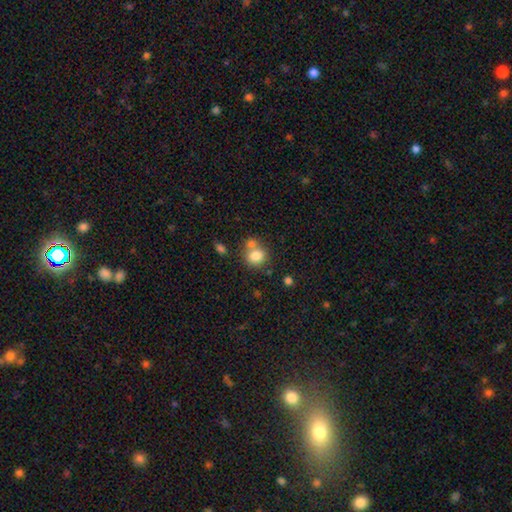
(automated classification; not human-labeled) Smooth or featured: smooth — 80% (featured or disk — 10%)
How rounded: round — 71% (in between — 29%)
Merging: none — 50% (merger — 35%)